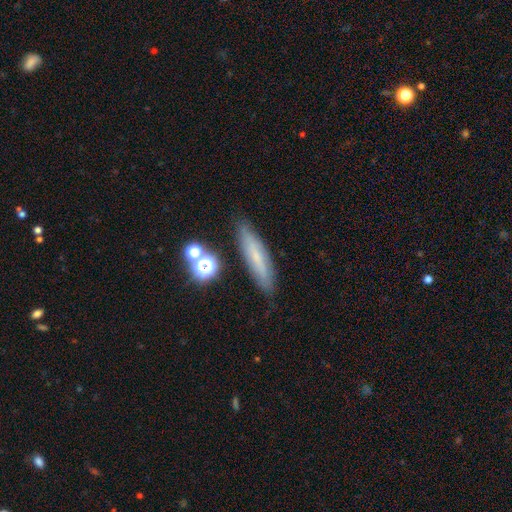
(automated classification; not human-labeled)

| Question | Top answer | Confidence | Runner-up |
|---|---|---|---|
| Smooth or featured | smooth | 56% | featured or disk (32%) |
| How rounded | cigar-shaped | 81% | in between (16%) |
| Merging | none | 81% | minor disturbance (12%) |